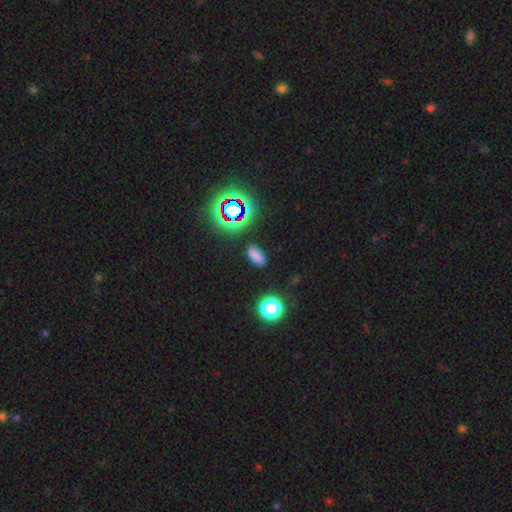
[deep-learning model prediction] Overall: smooth (72%). How rounded: in between (86%). Merging: none (86%).